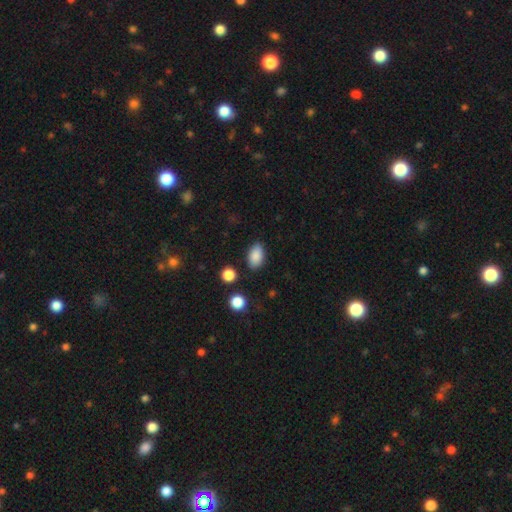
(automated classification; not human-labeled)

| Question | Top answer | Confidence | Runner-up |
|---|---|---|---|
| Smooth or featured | smooth | 87% | star or artifact (8%) |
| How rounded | in between | 90% | round (8%) |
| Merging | none | 82% | minor disturbance (12%) |